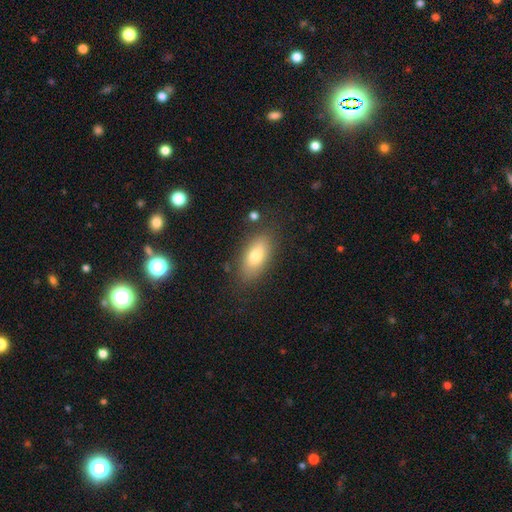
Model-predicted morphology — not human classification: Smooth or featured? smooth (76%)
How rounded? in between (88%)
Merging? none (81%)